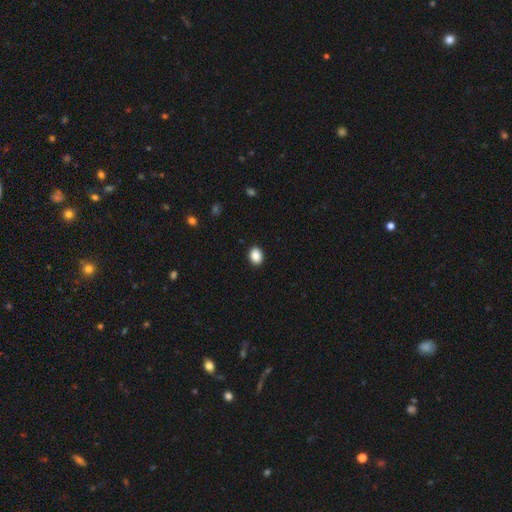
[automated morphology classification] smooth 89%, star or artifact 8%, featured or disk 3%. Down the decision tree: how rounded — in between (60%); merging — none (91%).